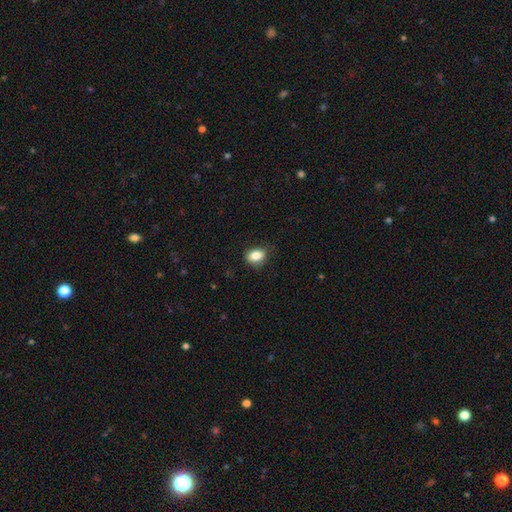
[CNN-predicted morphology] Q: Smooth or featured?
A: smooth (84%); runner-up: star or artifact (9%)
Q: How rounded?
A: in between (63%); runner-up: round (36%)
Q: Merging?
A: none (78%); runner-up: minor disturbance (17%)